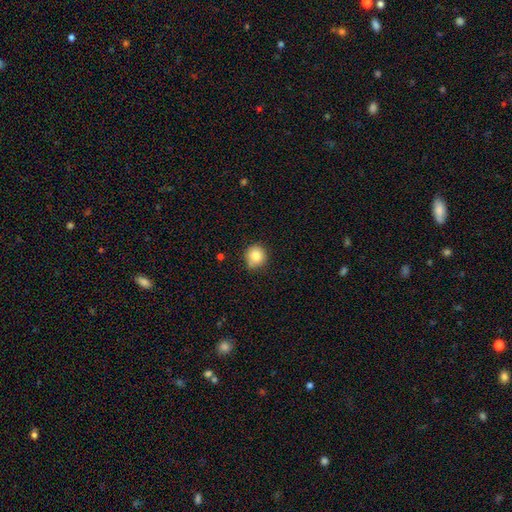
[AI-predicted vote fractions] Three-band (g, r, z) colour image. It shows a smooth galaxy with no disk features (82%) that is round (92%). Merging: none (76%).